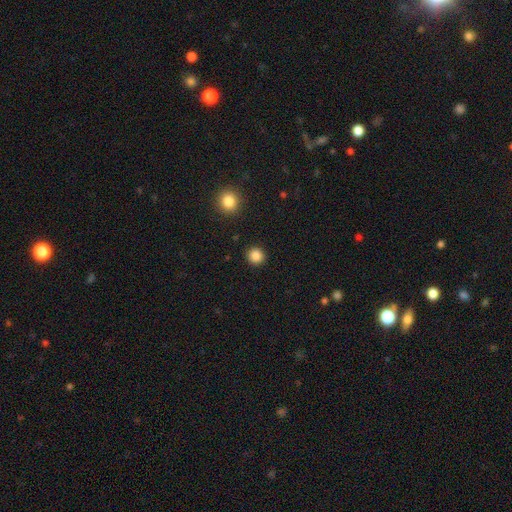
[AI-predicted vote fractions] A smooth galaxy with no disk features (86%) that is round (94%).

Vote fractions:
- Smooth or featured? smooth: 86% / star or artifact: 11% / featured or disk: 3%
- How rounded? round: 94% / in between: 5% / cigar-shaped: 1%
- Merging? none: 92% / minor disturbance: 5% / major disturbance: 2% / merger: 1%